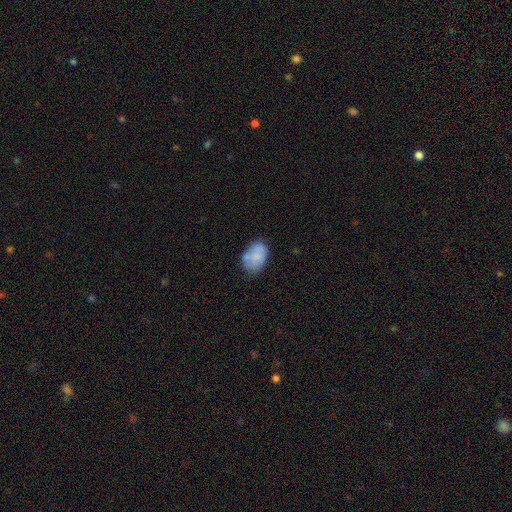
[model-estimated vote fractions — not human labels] This appears to be a smooth galaxy with no disk features (70%) that is in between round and cigar-shaped (83%). Merging: none (58%).